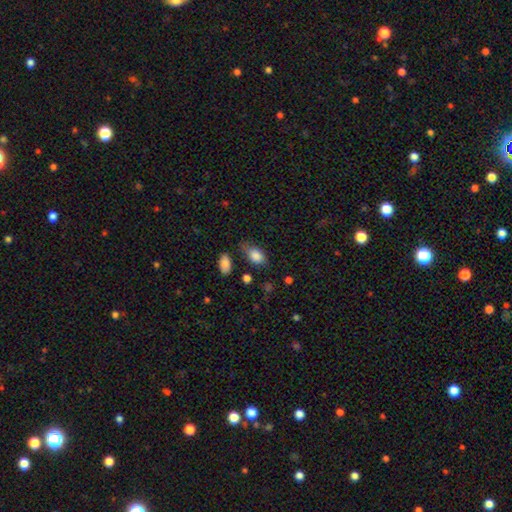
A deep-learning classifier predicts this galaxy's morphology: A smooth galaxy with no disk features (84%) that is in between round and cigar-shaped (88%).

Vote fractions:
- Smooth or featured? smooth: 84% / star or artifact: 8% / featured or disk: 8%
- How rounded? in between: 88% / round: 9% / cigar-shaped: 2%
- Merging? none: 55% / minor disturbance: 31% / major disturbance: 9% / merger: 5%